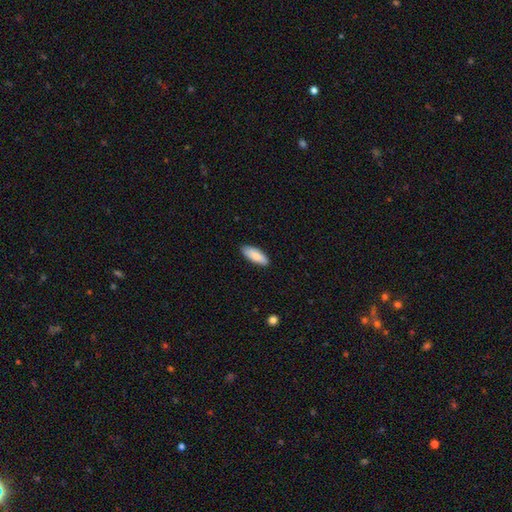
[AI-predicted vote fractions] The model was most divided on "how rounded": in between: 70%, cigar-shaped: 28%, round: 2%. More confident: merging — none (88%); smooth or featured — smooth (85%).